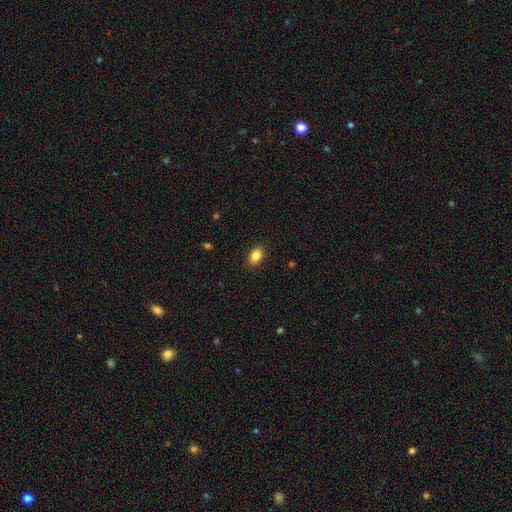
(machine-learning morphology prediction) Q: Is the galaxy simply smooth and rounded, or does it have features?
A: smooth — 85%.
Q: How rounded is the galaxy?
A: in between — 85%.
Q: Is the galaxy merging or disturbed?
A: none — 89%.